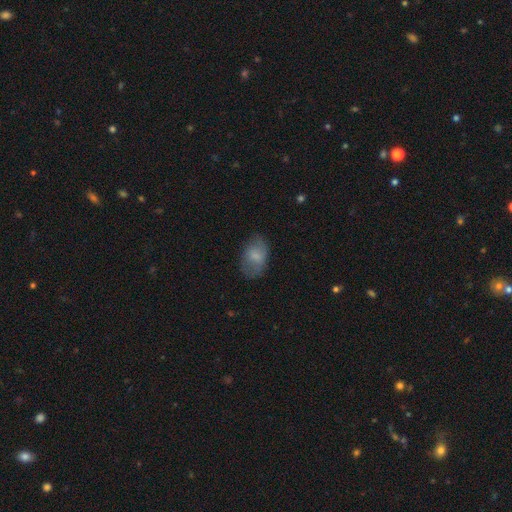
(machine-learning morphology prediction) Smooth or featured?
  - smooth: 73% *
  - featured or disk: 19%
  - star or artifact: 8%
How rounded?
  - in between: 88% *
  - round: 11%
  - cigar-shaped: 1%
Merging?
  - none: 68% *
  - minor disturbance: 22%
  - major disturbance: 9%
  - merger: 1%